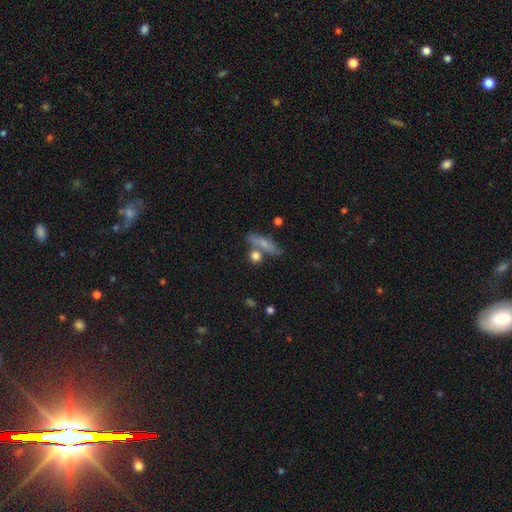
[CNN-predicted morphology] smooth_or_featured: smooth (p=0.76) [alt: featured or disk p=0.14]
how_rounded: round (p=0.53) [alt: in between p=0.28]
merging: none (p=0.61) [alt: merger p=0.22]